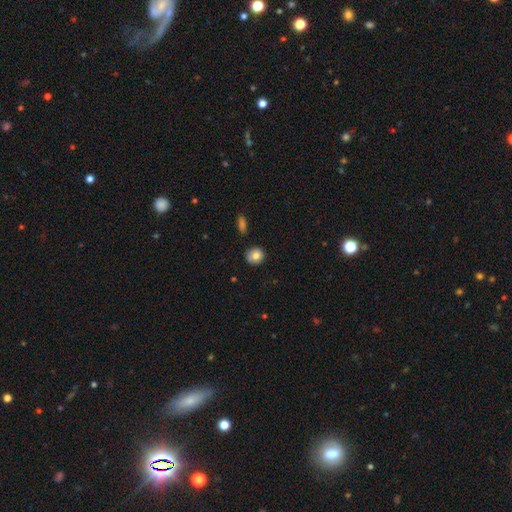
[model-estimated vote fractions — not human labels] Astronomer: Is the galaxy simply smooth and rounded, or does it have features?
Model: smooth — 81%.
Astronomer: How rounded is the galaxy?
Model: round — 87%.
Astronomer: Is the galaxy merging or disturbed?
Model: none — 85%.